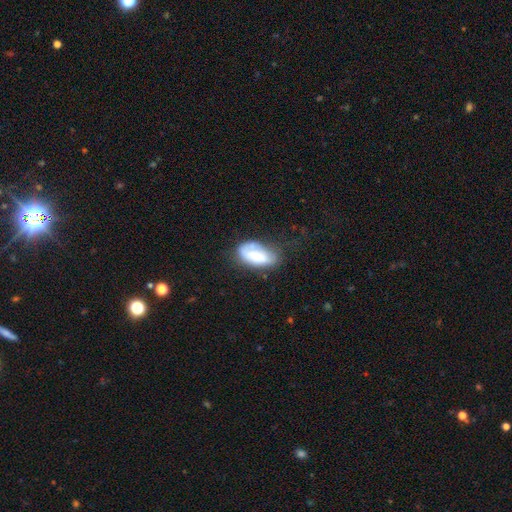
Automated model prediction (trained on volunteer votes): Morphology: type=smooth (59%); roundness=in between (91%); merging=none (48%).